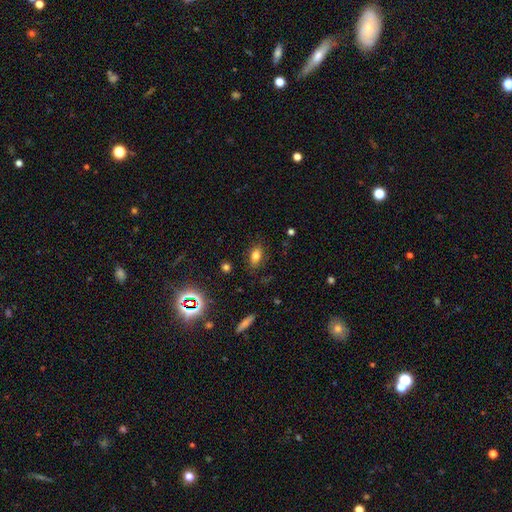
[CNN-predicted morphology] A smooth galaxy with no disk features (76%) that is in between round and cigar-shaped (83%). Merging: none (82%).